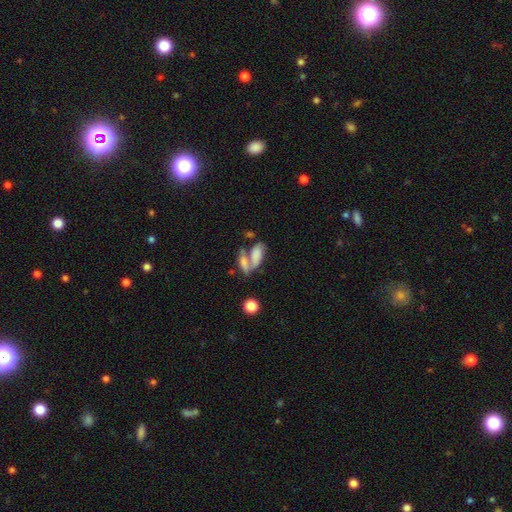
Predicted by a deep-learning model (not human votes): Smooth or featured? smooth (67%)
How rounded? in between (80%)
Merging? merger (59%)